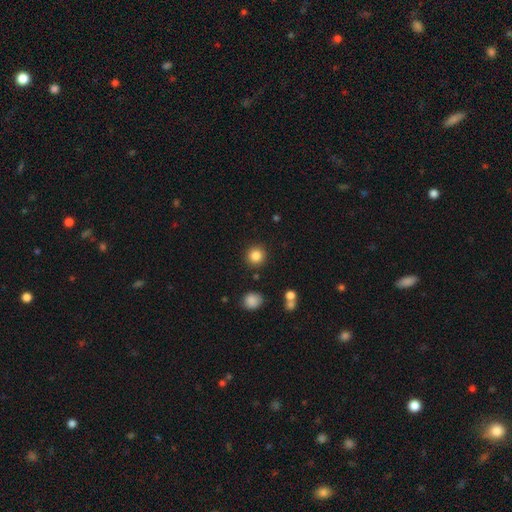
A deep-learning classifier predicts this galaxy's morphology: Smooth or featured?
  - smooth: 85% *
  - star or artifact: 11%
  - featured or disk: 4%
How rounded?
  - round: 94% *
  - in between: 6%
  - cigar-shaped: 1%
Merging?
  - none: 89% *
  - minor disturbance: 6%
  - merger: 3%
  - major disturbance: 2%